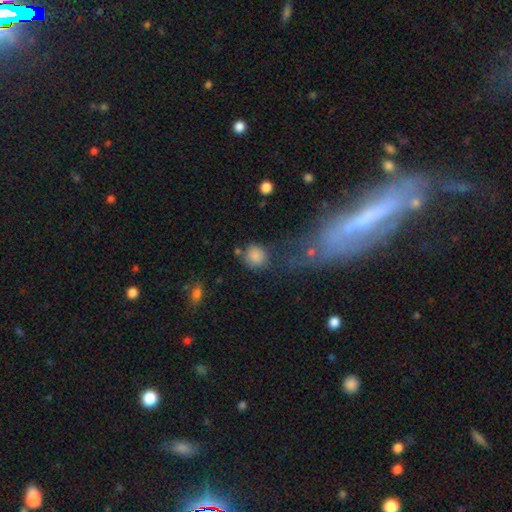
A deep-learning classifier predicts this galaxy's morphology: smooth 83%, star or artifact 10%, featured or disk 7%. Down the decision tree: how rounded — round (85%); merging — none (66%).